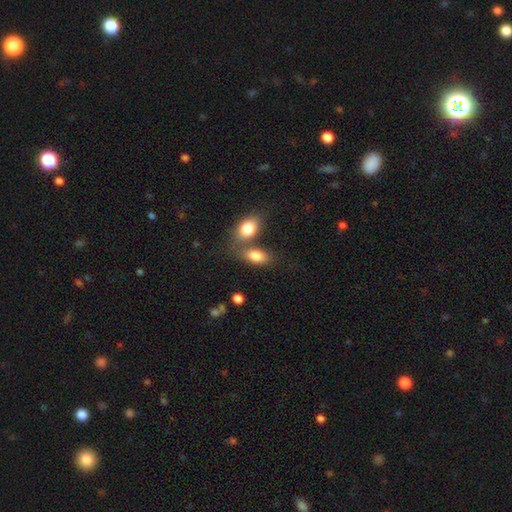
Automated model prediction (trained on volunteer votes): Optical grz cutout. It shows a smooth galaxy with no disk features (82%) that is in between round and cigar-shaped (88%). Merging: merger (43%).